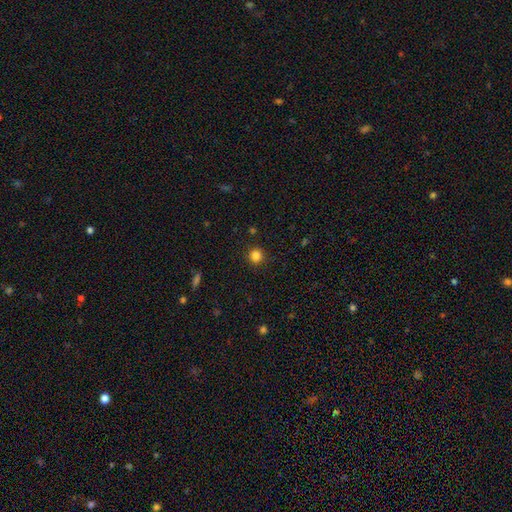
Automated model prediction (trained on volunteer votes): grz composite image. It shows a smooth galaxy with no disk features (83%) that is round (93%). Merging: none (91%).